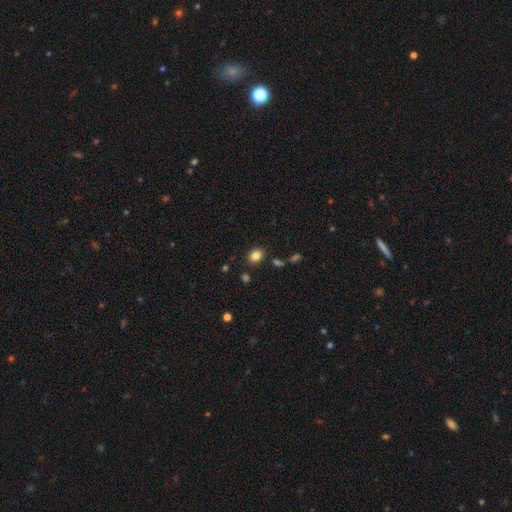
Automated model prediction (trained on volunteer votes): The model was most divided on "how rounded": in between: 52%, round: 47%, cigar-shaped: 1%. More confident: merging — none (85%); smooth or featured — smooth (83%).